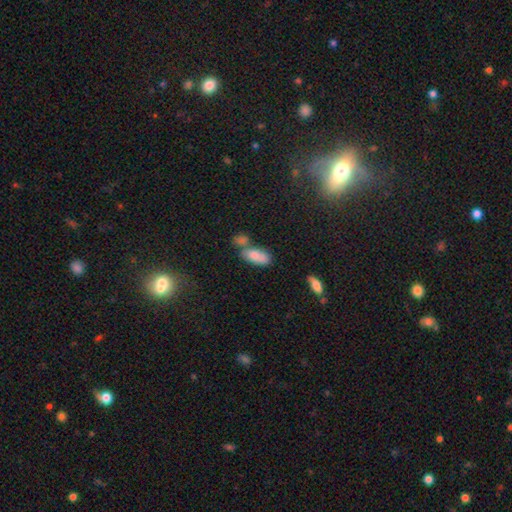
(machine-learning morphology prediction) Smooth or featured: smooth — 80% (featured or disk — 12%)
How rounded: in between — 86% (cigar-shaped — 11%)
Merging: none — 42% (merger — 34%)